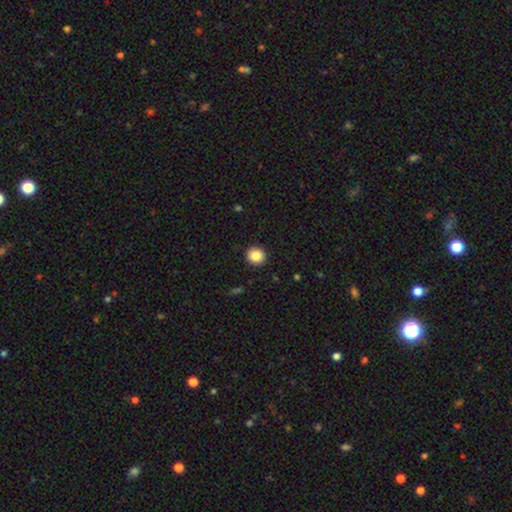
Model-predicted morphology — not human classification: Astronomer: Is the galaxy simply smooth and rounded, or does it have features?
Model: smooth — 86%.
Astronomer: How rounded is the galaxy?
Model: round — 92%.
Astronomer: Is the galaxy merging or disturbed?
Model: none — 93%.